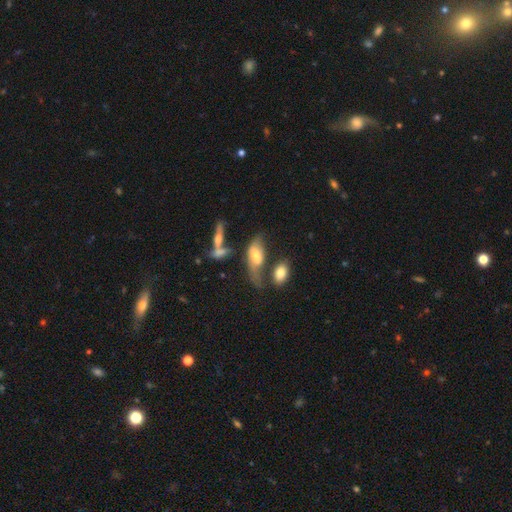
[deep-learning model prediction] This is possibly a smooth galaxy (53%). How rounded: clearly in between (85%). Merging: marginally merger (27%).